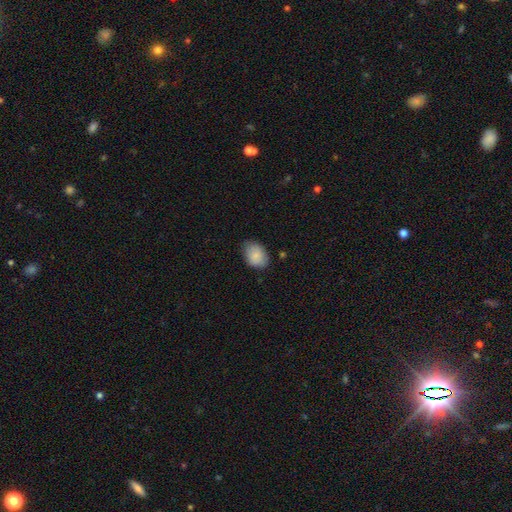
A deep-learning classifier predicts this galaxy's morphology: smooth-or-featured: smooth: 86% | featured or disk: 7% | star or artifact: 6%
  how-rounded: in between: 76% | round: 23% | cigar-shaped: 1%
  merging: none: 74% | minor disturbance: 22% | major disturbance: 4% | merger: 1%